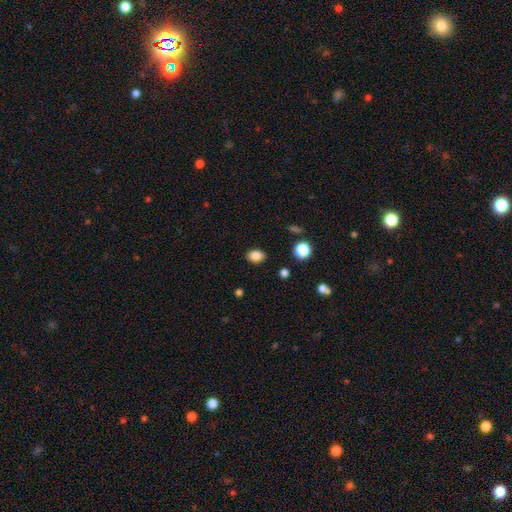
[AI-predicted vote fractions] Morphology: type=smooth (85%); roundness=in between (75%); merging=none (87%).